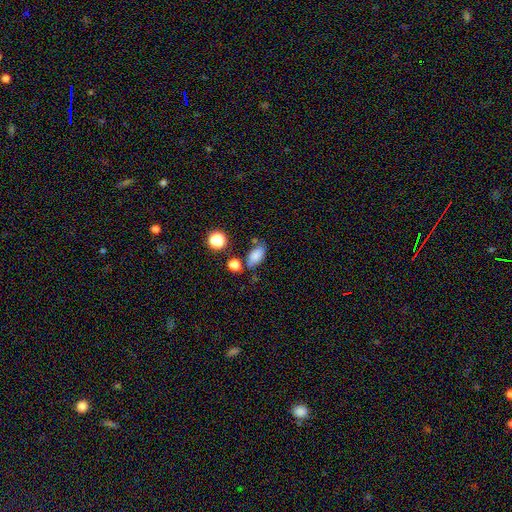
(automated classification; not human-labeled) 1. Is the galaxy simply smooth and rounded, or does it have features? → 81% smooth, 10% star or artifact, 8% featured or disk.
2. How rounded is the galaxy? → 88% in between, 7% round, 5% cigar-shaped.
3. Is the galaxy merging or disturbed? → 67% none, 18% minor disturbance, 10% merger, 5% major disturbance.